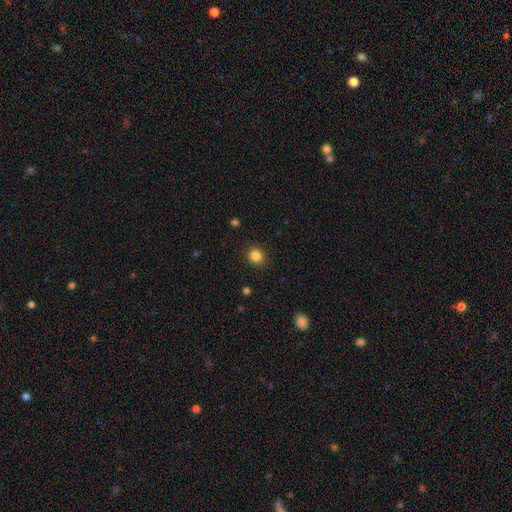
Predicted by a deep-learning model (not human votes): This appears to be a smooth galaxy with no disk features (85%) that is round (85%). Merging: none (90%).